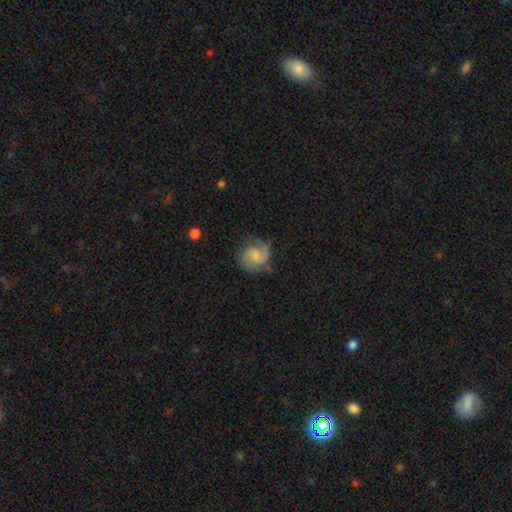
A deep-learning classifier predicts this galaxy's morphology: This appears to be a featured or disk galaxy (77%) with no bar (56%), 2 (78%) medium (47%) spiral arms (96%) and a small central bulge (49%). Merging: none (70%).